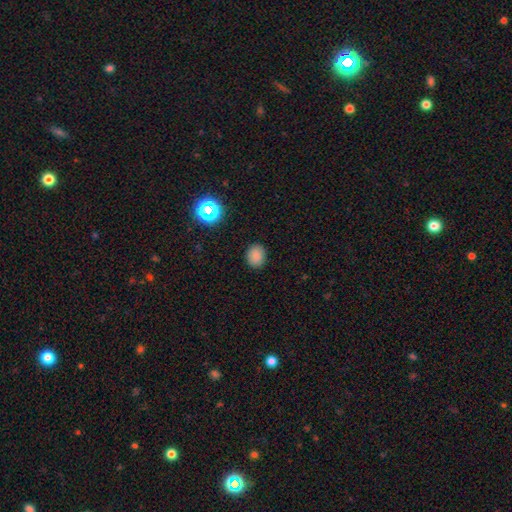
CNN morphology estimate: A smooth galaxy with no disk features (83%) that is round (57%).

Vote fractions:
- Smooth or featured? smooth: 83% / star or artifact: 13% / featured or disk: 4%
- How rounded? round: 57% / in between: 42% / cigar-shaped: 1%
- Merging? none: 88% / minor disturbance: 9% / major disturbance: 3% / merger: 1%